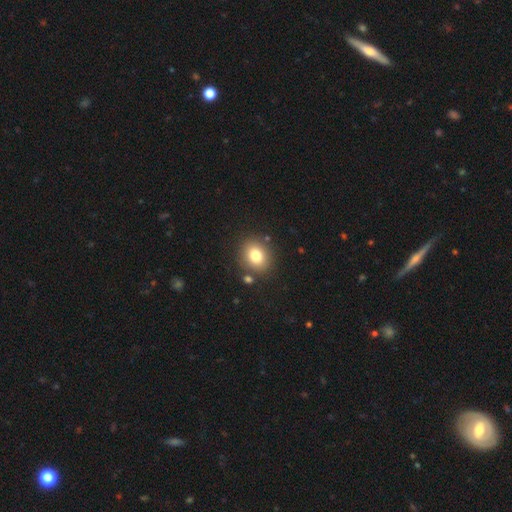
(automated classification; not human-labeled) Q: Smooth or featured?
A: smooth (79%); runner-up: star or artifact (11%)
Q: How rounded?
A: round (65%); runner-up: in between (34%)
Q: Merging?
A: none (83%); runner-up: minor disturbance (9%)